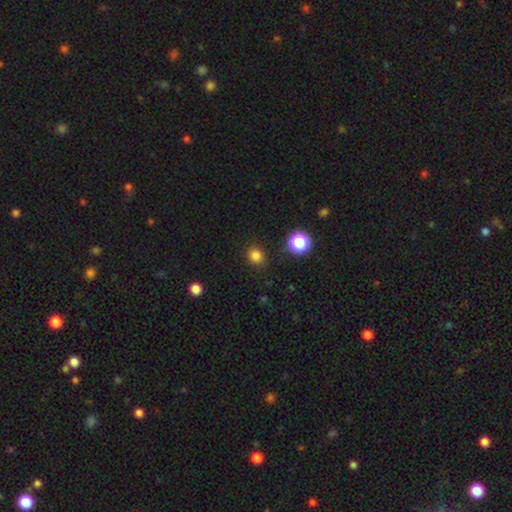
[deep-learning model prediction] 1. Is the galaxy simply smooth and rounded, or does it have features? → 81% smooth, 15% star or artifact, 4% featured or disk.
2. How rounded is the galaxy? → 77% round, 22% in between, 1% cigar-shaped.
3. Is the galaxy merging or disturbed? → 88% none, 8% minor disturbance, 3% major disturbance, 2% merger.